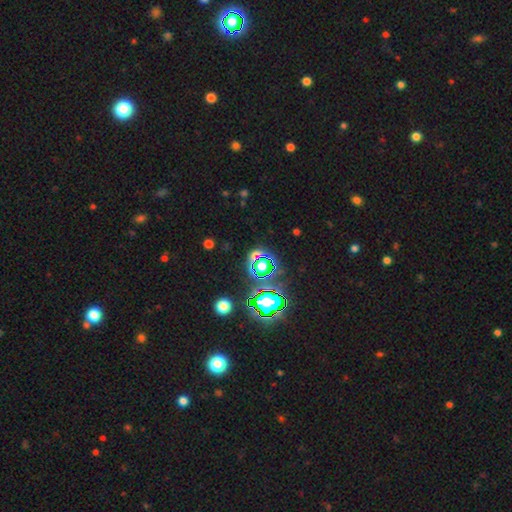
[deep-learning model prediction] Smooth or featured: star or artifact — 62% (smooth — 27%)